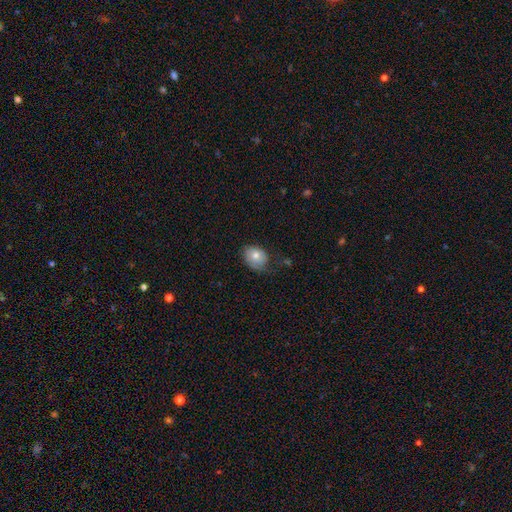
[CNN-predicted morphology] Smooth or featured? smooth (68%)
How rounded? in between (59%)
Merging? none (51%)